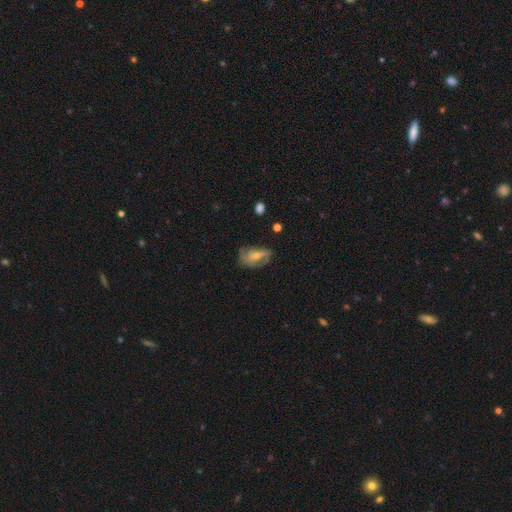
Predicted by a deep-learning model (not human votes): The model was most divided on "bar": no: 48%, weak: 38%, strong: 15%. More confident: edge-on disk — no (95%); spiral arms — yes (81%); smooth or featured — featured or disk (65%); bulge size — small (52%); merging — none (51%).